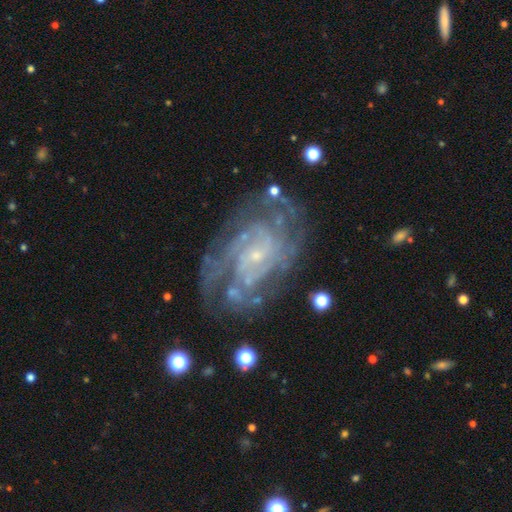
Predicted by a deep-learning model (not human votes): This is clearly a featured or disk galaxy (88%). It is clearly not viewed edge-on (97%). Bar: likely no (65%). Spiral arm pattern: clearly yes (96%). Spiral arm count: marginally can't tell (30%). Spiral winding: likely tight (68%). Central bulge: clearly small (82%). Merging: likely none (71%).